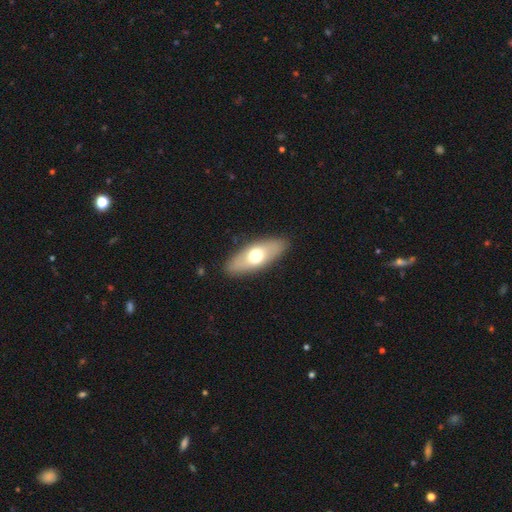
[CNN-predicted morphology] The model was most divided on "smooth or featured": smooth: 60%, featured or disk: 34%, star or artifact: 6%. More confident: merging — none (88%); how rounded — in between (75%).